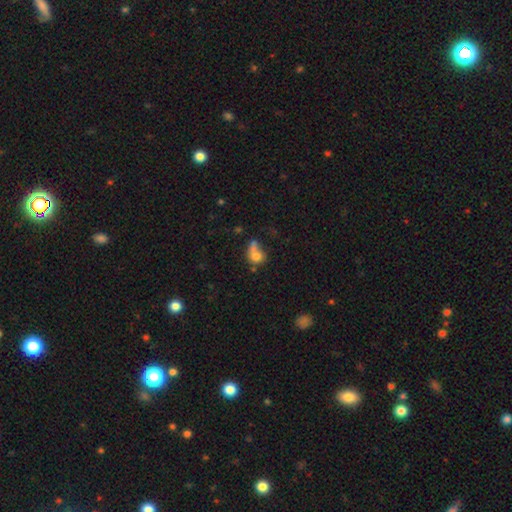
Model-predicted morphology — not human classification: Smooth or featured? smooth (72%)
How rounded? round (56%)
Merging? merger (45%)